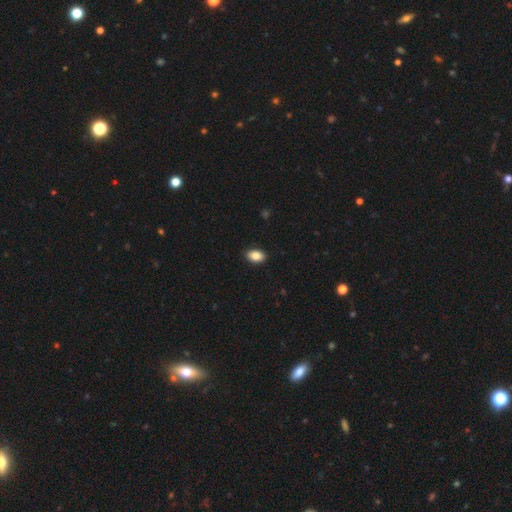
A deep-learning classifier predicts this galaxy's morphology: Overall: smooth (86%). How rounded: in between (88%). Merging: none (89%).